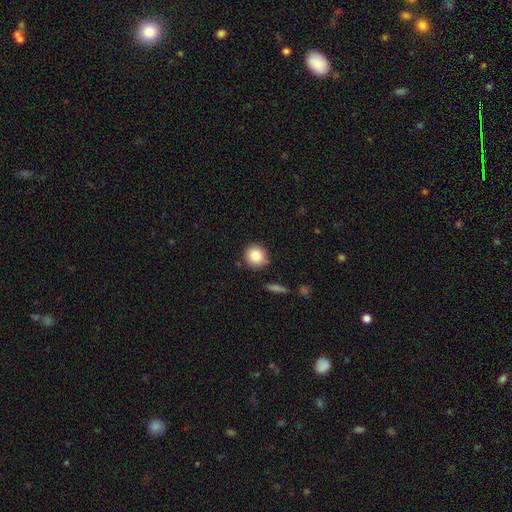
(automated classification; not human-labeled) Q: Smooth or featured?
A: smooth (84%); runner-up: star or artifact (9%)
Q: How rounded?
A: round (90%); runner-up: in between (9%)
Q: Merging?
A: none (86%); runner-up: minor disturbance (9%)